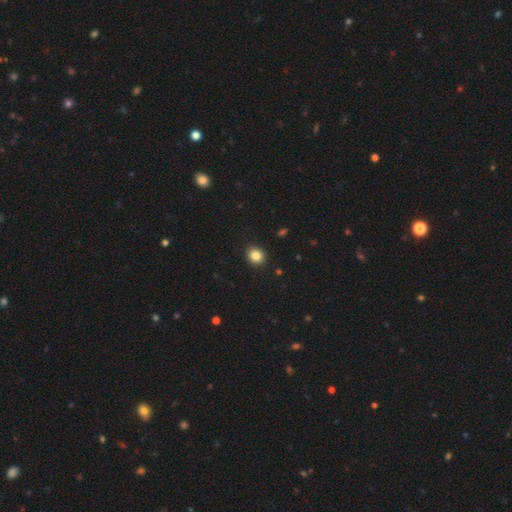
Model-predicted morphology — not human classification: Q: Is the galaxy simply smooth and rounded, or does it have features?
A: smooth — 85%.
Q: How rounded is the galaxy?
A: round — 73%.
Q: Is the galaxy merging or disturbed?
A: none — 92%.